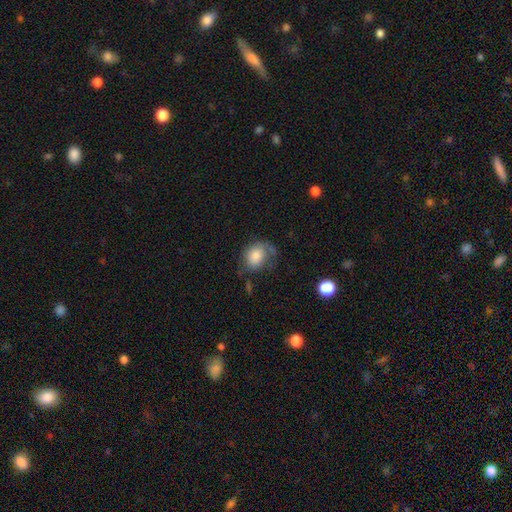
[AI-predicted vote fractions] This appears to be a smooth galaxy with no disk features (68%) that is round (50%). Merging: none (40%).